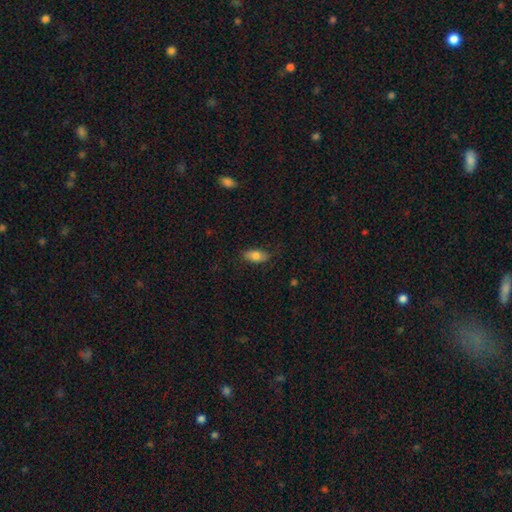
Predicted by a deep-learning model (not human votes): smooth 77%, featured or disk 16%, star or artifact 7%. Down the decision tree: how rounded — in between (88%); merging — none (80%).